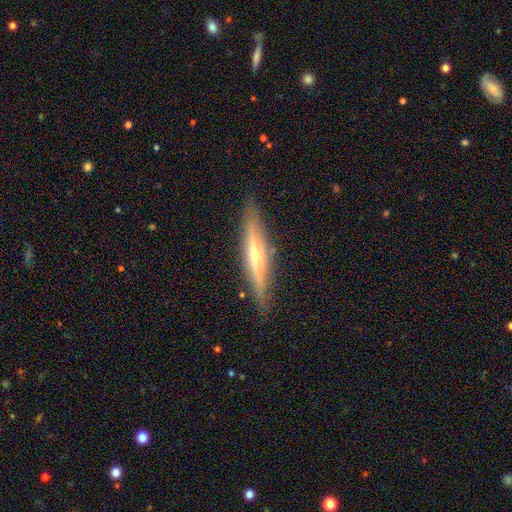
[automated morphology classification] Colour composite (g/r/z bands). It shows a featured or disk galaxy (72%) viewed edge-on (94%) with a rounded central bulge (81%). Merging: none (88%).